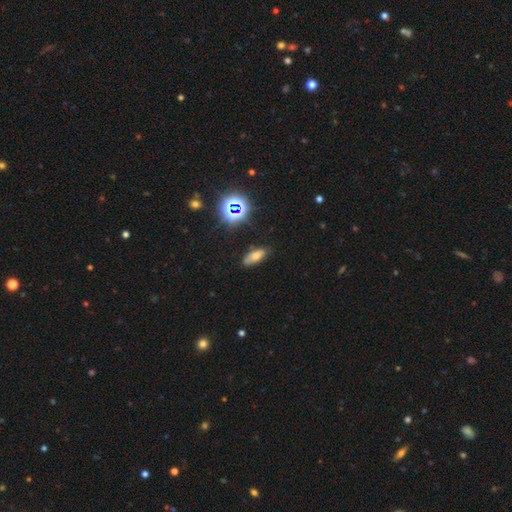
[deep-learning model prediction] smooth 59%, star or artifact 23%, featured or disk 18%. Down the decision tree: how rounded — in between (78%); merging — none (80%).